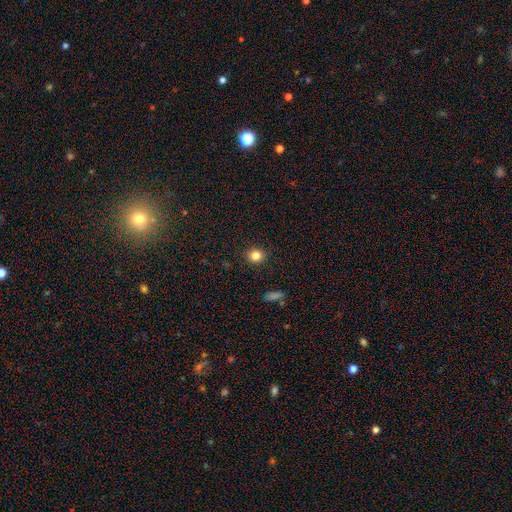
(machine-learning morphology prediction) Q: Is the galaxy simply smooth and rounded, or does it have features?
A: smooth — 83%.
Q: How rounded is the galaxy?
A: round — 83%.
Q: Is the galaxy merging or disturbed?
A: none — 90%.